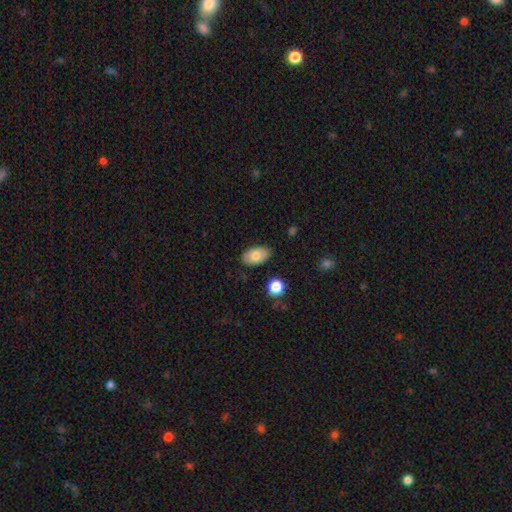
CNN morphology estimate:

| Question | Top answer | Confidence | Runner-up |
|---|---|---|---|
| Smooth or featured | smooth | 77% | featured or disk (16%) |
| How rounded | in between | 93% | round (6%) |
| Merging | none | 84% | minor disturbance (12%) |